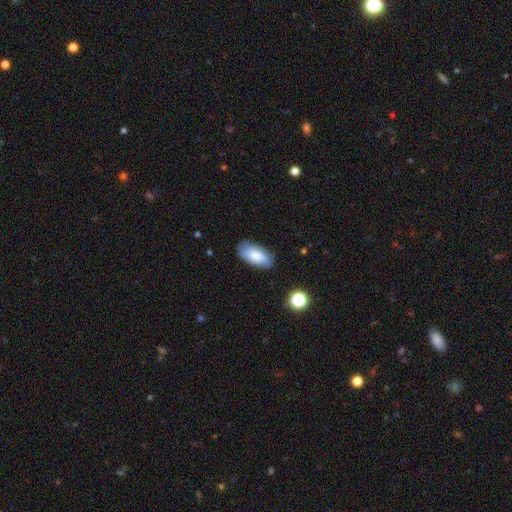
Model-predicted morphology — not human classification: smooth_or_featured: smooth (p=0.81) [alt: featured or disk p=0.12]
how_rounded: in between (p=0.92) [alt: cigar-shaped p=0.06]
merging: none (p=0.82) [alt: minor disturbance p=0.14]